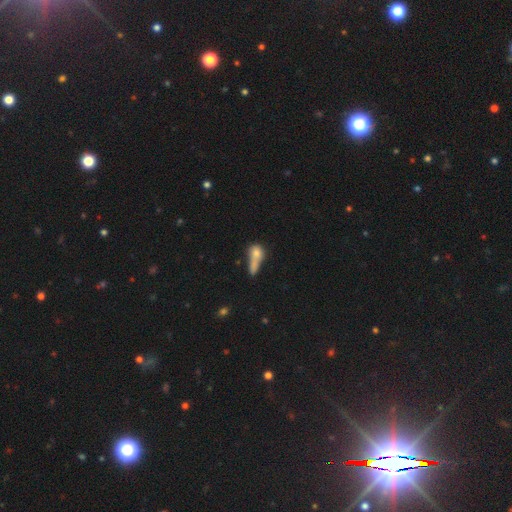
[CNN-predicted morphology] Smooth or featured? smooth (70%)
How rounded? in between (45%)
Merging? merger (44%)